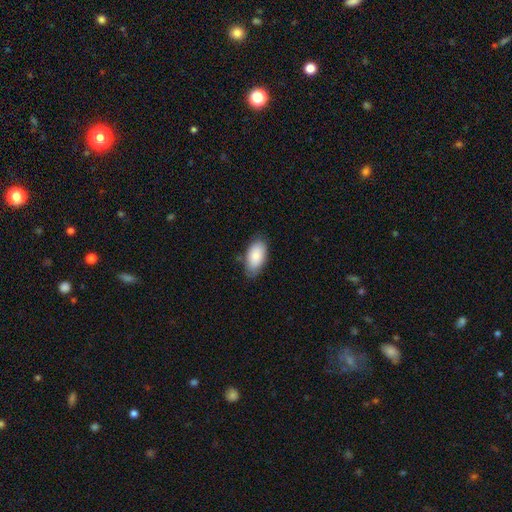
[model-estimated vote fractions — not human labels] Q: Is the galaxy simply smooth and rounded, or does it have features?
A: smooth — 86%.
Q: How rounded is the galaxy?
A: in between — 95%.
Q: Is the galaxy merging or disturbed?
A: none — 74%.